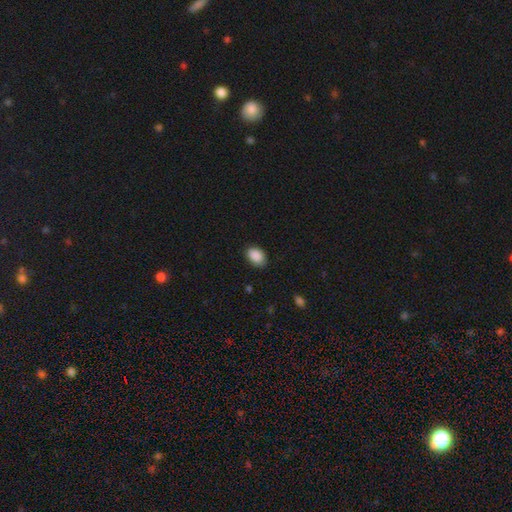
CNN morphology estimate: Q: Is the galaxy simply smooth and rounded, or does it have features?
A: smooth — 90%.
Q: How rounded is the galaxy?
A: in between — 86%.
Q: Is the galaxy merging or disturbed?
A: none — 84%.